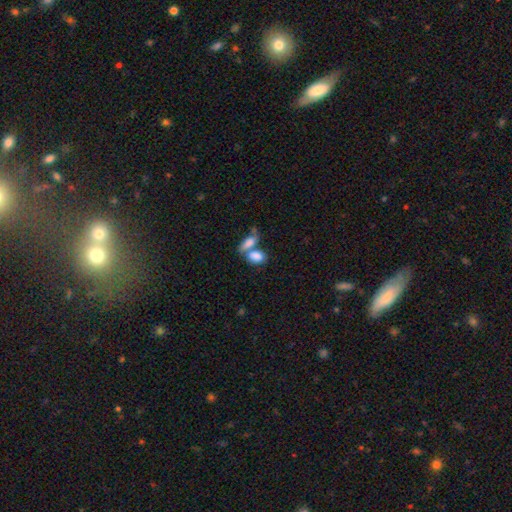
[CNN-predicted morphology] A smooth galaxy with no disk features (82%) that is in between round and cigar-shaped (86%). Merging: merger (56%).